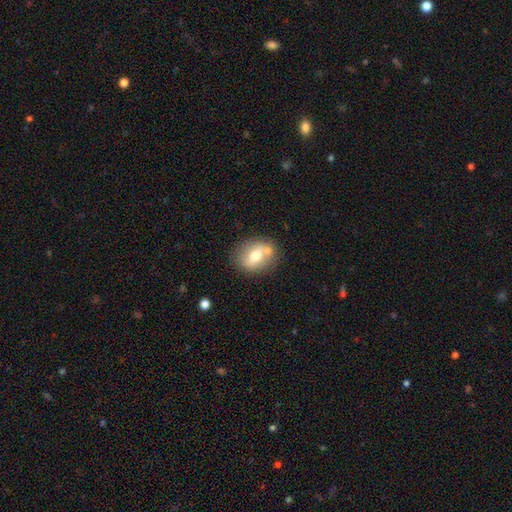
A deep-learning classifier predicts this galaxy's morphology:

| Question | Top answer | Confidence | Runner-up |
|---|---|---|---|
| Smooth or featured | smooth | 57% | featured or disk (35%) |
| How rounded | in between | 57% | round (41%) |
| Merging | none | 64% | minor disturbance (16%) |